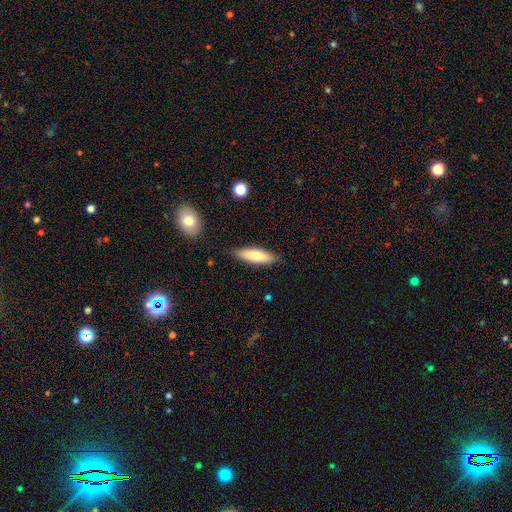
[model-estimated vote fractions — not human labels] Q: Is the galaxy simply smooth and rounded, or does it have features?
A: smooth — 74%.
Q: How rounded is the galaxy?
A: cigar-shaped — 56%.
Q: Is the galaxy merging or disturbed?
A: none — 86%.